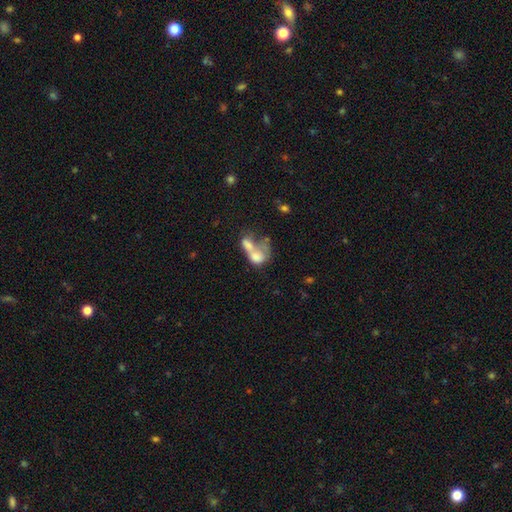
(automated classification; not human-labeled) smooth 57%, featured or disk 32%, star or artifact 11%. Down the decision tree: how rounded — in between (73%); merging — merger (68%).